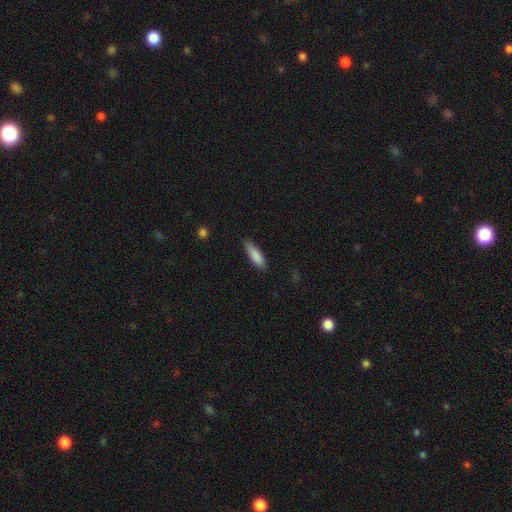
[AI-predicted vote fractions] smooth-or-featured: smooth: 87% | featured or disk: 7% | star or artifact: 6%
  how-rounded: cigar-shaped: 54% | in between: 44% | round: 2%
  merging: none: 83% | minor disturbance: 13% | major disturbance: 2% | merger: 1%